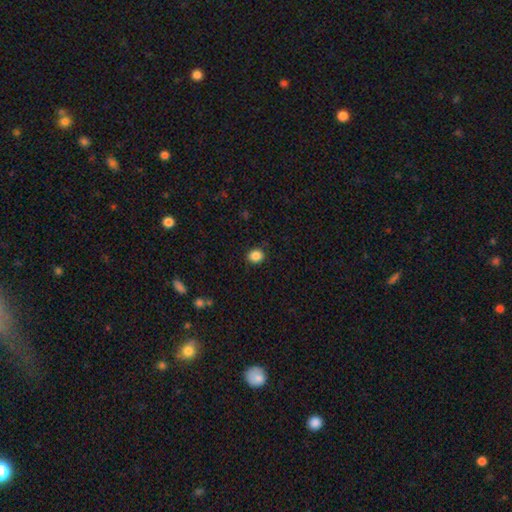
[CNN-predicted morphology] smooth_or_featured: smooth (p=0.86) [alt: star or artifact p=0.10]
how_rounded: round (p=0.76) [alt: in between p=0.23]
merging: none (p=0.89) [alt: minor disturbance p=0.08]